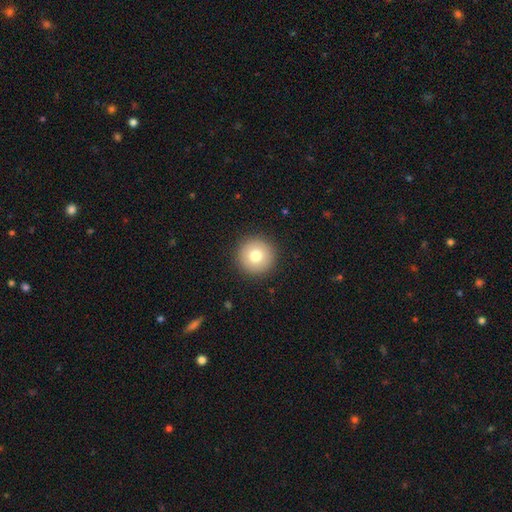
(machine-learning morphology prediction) Q: Smooth or featured?
A: smooth (77%); runner-up: featured or disk (13%)
Q: How rounded?
A: round (96%); runner-up: in between (3%)
Q: Merging?
A: none (93%); runner-up: minor disturbance (5%)